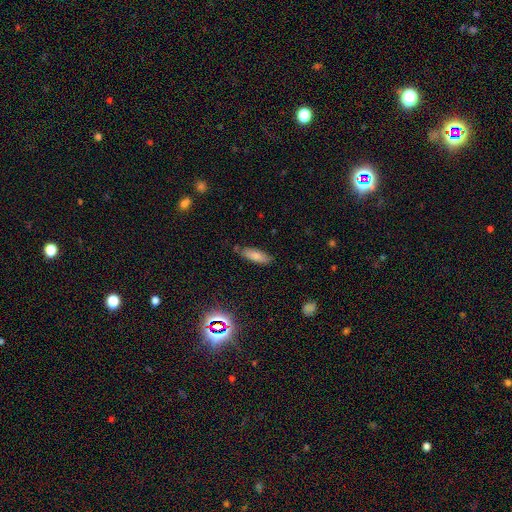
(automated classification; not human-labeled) Q: Smooth or featured?
A: smooth (77%); runner-up: featured or disk (14%)
Q: How rounded?
A: in between (59%); runner-up: cigar-shaped (39%)
Q: Merging?
A: none (78%); runner-up: minor disturbance (16%)